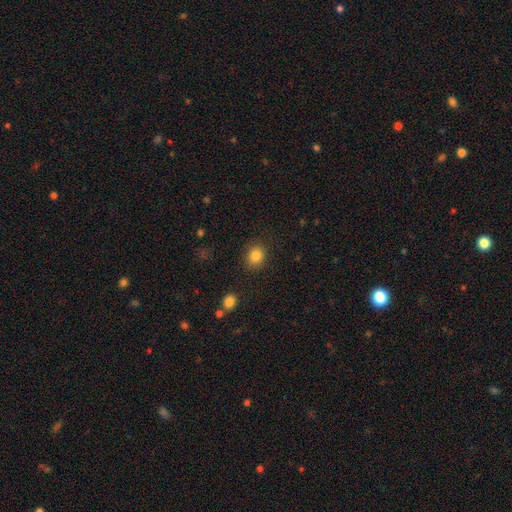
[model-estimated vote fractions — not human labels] This appears to be a smooth galaxy with no disk features (84%) that is round (64%). Merging: none (86%).